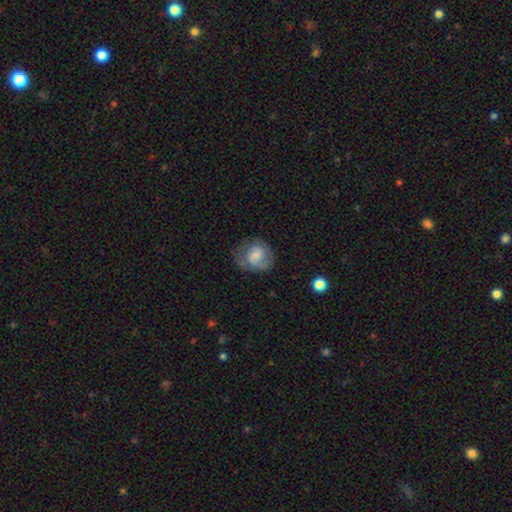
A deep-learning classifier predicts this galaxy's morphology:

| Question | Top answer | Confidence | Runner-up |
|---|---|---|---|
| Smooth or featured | smooth | 48% | featured or disk (45%) |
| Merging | none | 55% | minor disturbance (27%) |